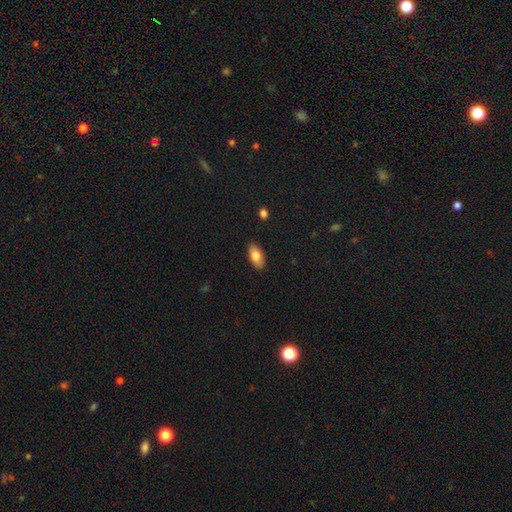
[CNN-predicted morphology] Overall: smooth (80%). How rounded: in between (91%). Merging: none (88%).